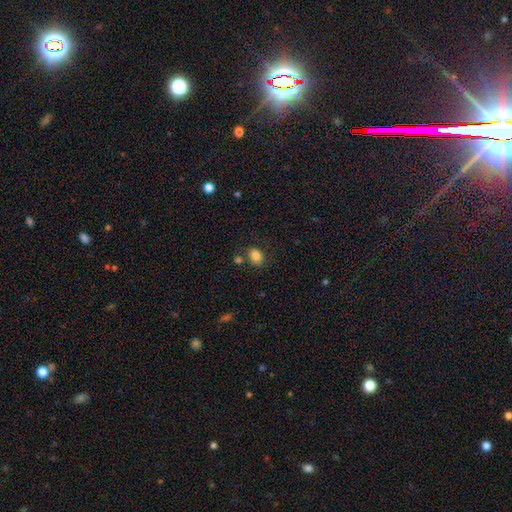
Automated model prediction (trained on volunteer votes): Smooth or featured: smooth — 84% (star or artifact — 10%)
How rounded: in between — 58% (round — 41%)
Merging: none — 74% (minor disturbance — 12%)